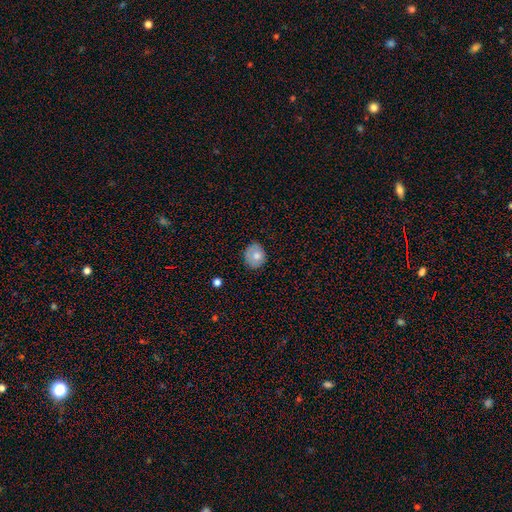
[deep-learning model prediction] This appears to be a smooth galaxy with no disk features (74%) that is round (64%). Merging: none (79%).